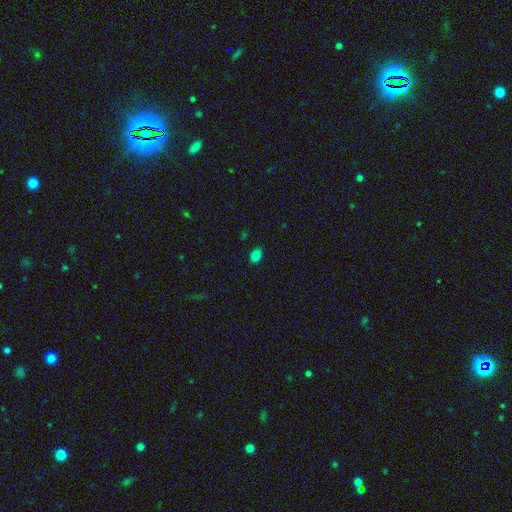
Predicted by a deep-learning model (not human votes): Morphology: type=smooth (83%); roundness=in between (76%); merging=none (88%).